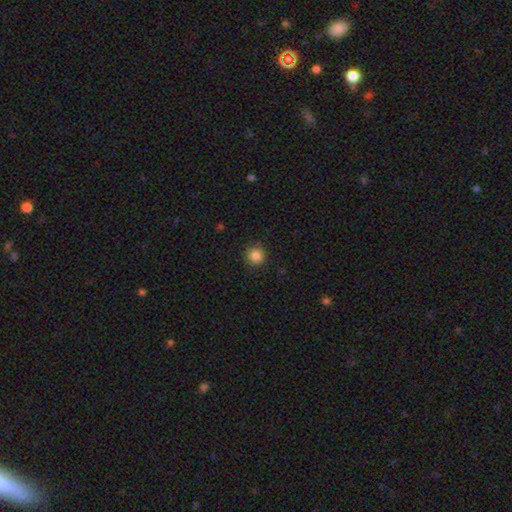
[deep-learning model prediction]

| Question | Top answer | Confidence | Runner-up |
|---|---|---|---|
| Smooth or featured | smooth | 86% | star or artifact (11%) |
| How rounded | round | 94% | in between (5%) |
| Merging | none | 88% | minor disturbance (9%) |